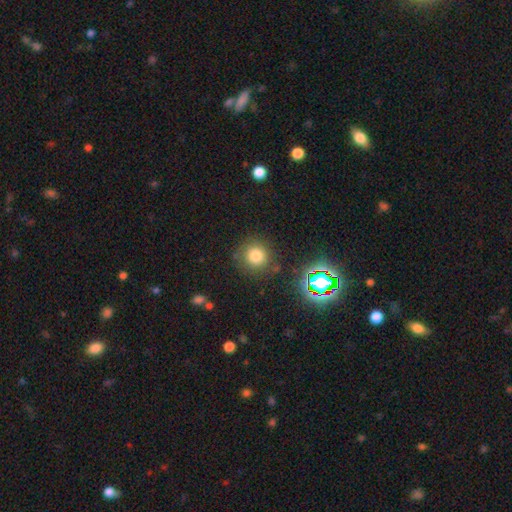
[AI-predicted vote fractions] This appears to be a smooth galaxy with no disk features (75%) that is round (93%). Merging: none (83%).